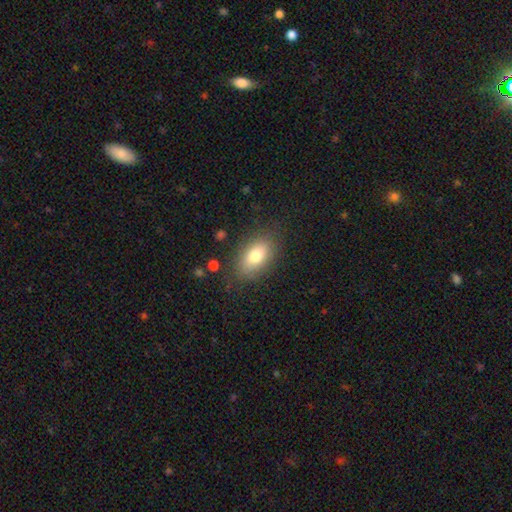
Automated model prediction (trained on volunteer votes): smooth_or_featured: smooth (p=0.77) [alt: featured or disk p=0.14]
how_rounded: in between (p=0.88) [alt: round p=0.08]
merging: none (p=0.81) [alt: minor disturbance p=0.13]